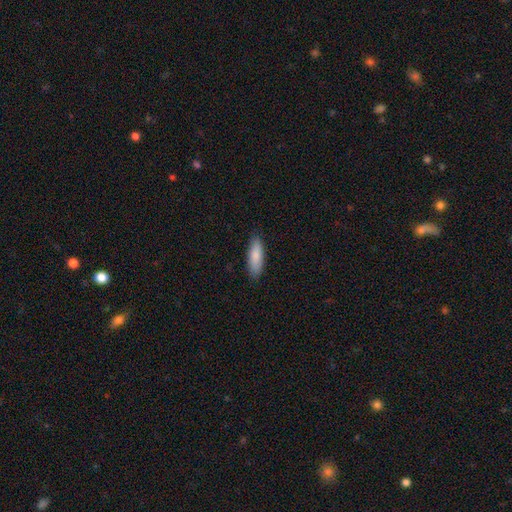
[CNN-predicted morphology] The model was most divided on "how rounded": in between: 50%, cigar-shaped: 49%, round: 2%. More confident: merging — none (87%); smooth or featured — smooth (85%).